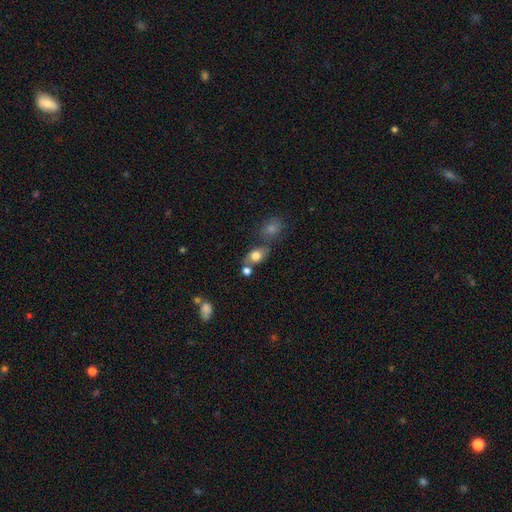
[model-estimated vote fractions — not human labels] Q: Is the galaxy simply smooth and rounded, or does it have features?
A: smooth — 77%.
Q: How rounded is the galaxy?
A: in between — 65%.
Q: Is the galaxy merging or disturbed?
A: none — 52%.